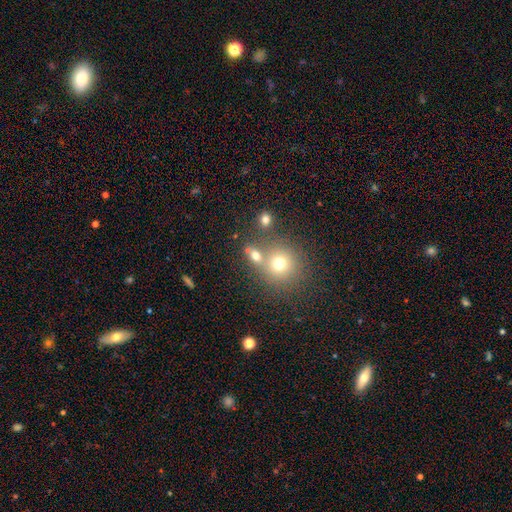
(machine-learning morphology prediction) A smooth galaxy with no disk features (70%) that is round (67%).

Vote fractions:
- Smooth or featured? smooth: 70% / star or artifact: 17% / featured or disk: 13%
- How rounded? round: 67% / in between: 31% / cigar-shaped: 3%
- Merging? none: 51% / merger: 35% / minor disturbance: 9% / major disturbance: 5%